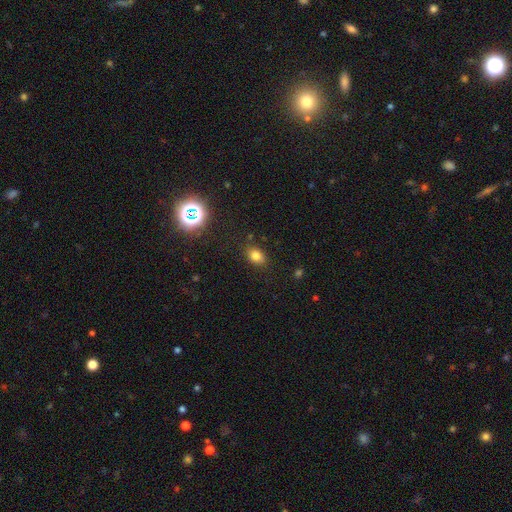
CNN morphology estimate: Overall: smooth (78%). How rounded: in between (69%; round 30%). Merging: none (82%).